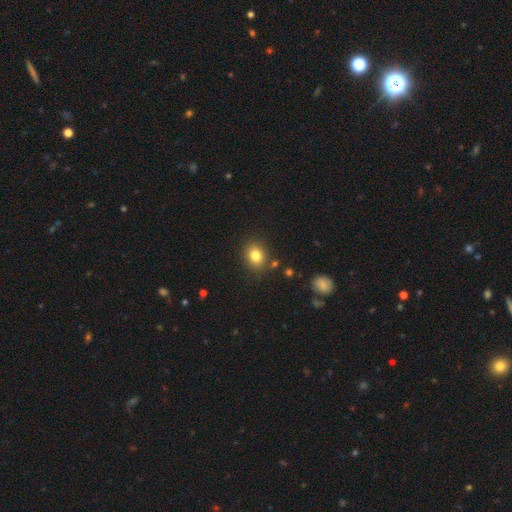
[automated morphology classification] smooth 81%, star or artifact 11%, featured or disk 8%. Down the decision tree: how rounded — round (52%); merging — none (84%).